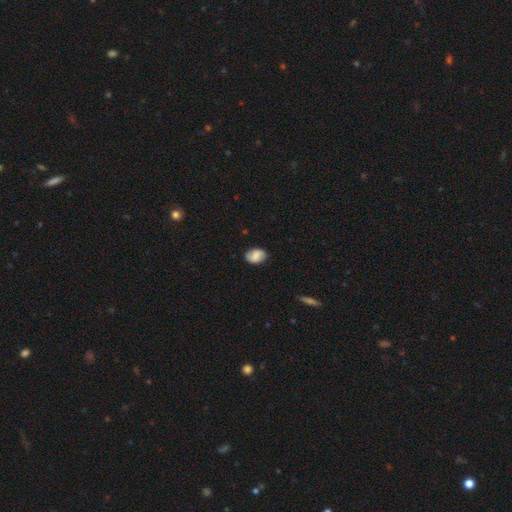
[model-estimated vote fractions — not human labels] Smooth or featured? Predicted: smooth (p=0.68). How rounded? Predicted: in between (p=0.77). Merging? Predicted: none (p=0.79).